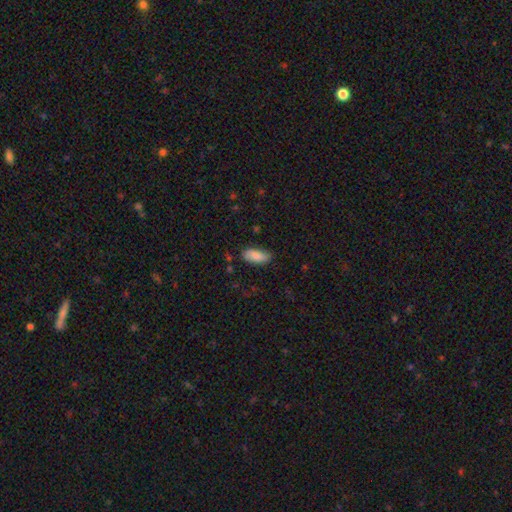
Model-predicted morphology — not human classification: This is clearly a smooth galaxy (85%). How rounded: clearly in between (88%). Merging: likely none (80%).